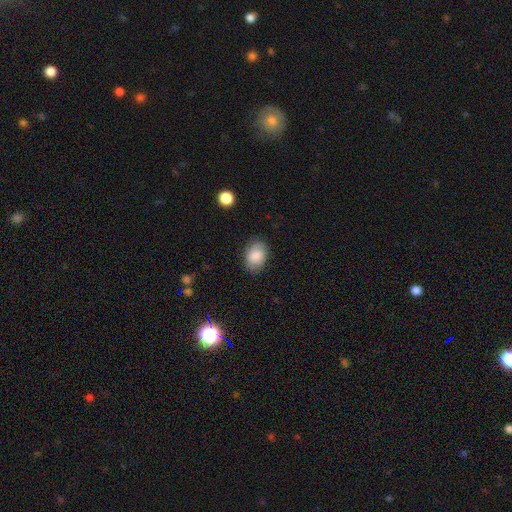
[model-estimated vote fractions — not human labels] Smooth or featured? smooth (85%)
How rounded? in between (79%)
Merging? none (82%)